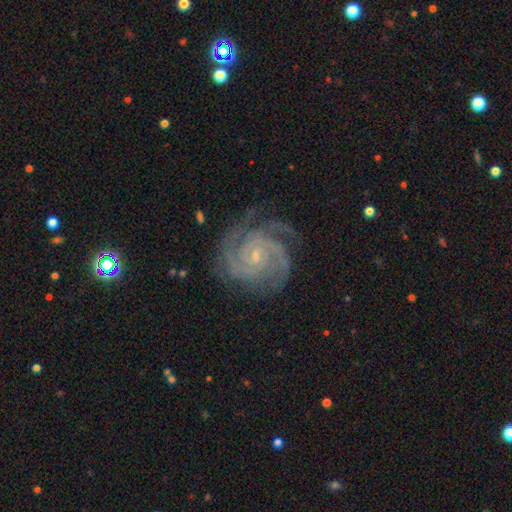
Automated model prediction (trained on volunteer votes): Q: Smooth or featured?
A: featured or disk (91%); runner-up: star or artifact (5%)
Q: Edge-on disk?
A: no (98%); runner-up: yes (2%)
Q: Bar?
A: no (66%); runner-up: weak (26%)
Q: Spiral arms?
A: yes (99%); runner-up: no (1%)
Q: Spiral winding?
A: tight (70%); runner-up: medium (26%)
Q: Spiral arm count?
A: 3 (36%); runner-up: 4 (20%)
Q: Bulge size?
A: small (82%); runner-up: moderate (13%)
Q: Merging?
A: none (76%); runner-up: minor disturbance (17%)